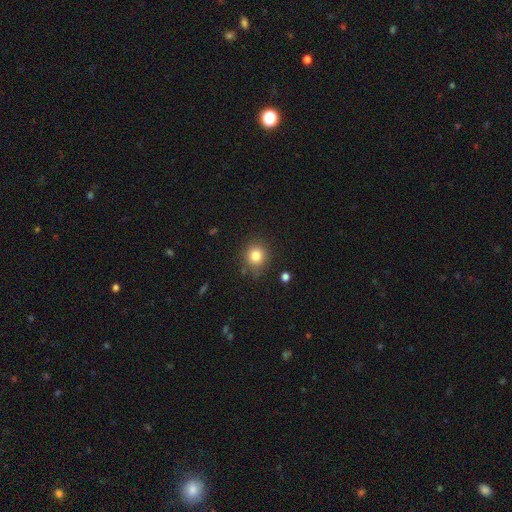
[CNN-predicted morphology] This appears to be a smooth galaxy with no disk features (82%) that is round (85%). Merging: none (83%).